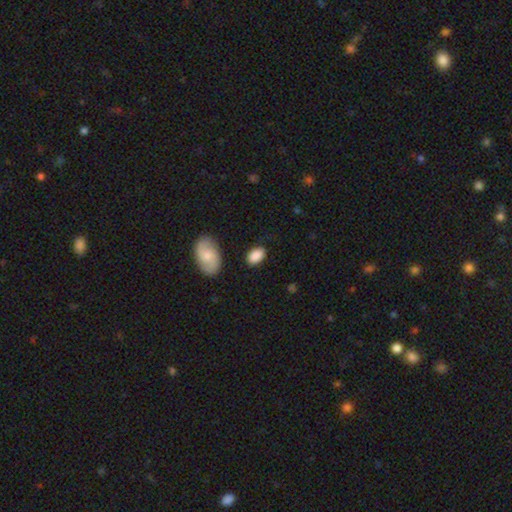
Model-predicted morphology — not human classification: A smooth galaxy with no disk features (87%) that is in between round and cigar-shaped (91%). Merging: none (80%).